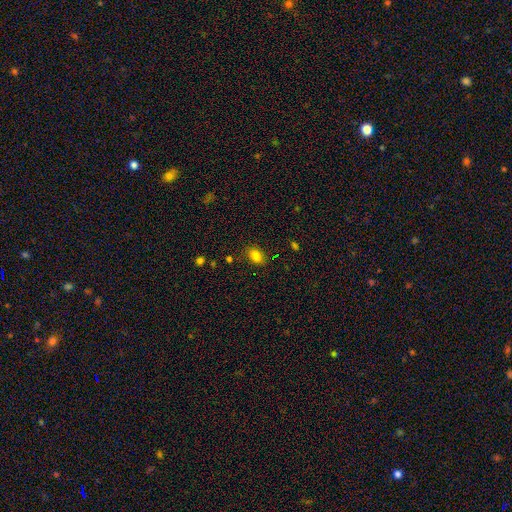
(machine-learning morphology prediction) The model was most divided on "how rounded": in between: 82%, round: 16%, cigar-shaped: 2%. More confident: smooth or featured — smooth (83%); merging — none (83%).